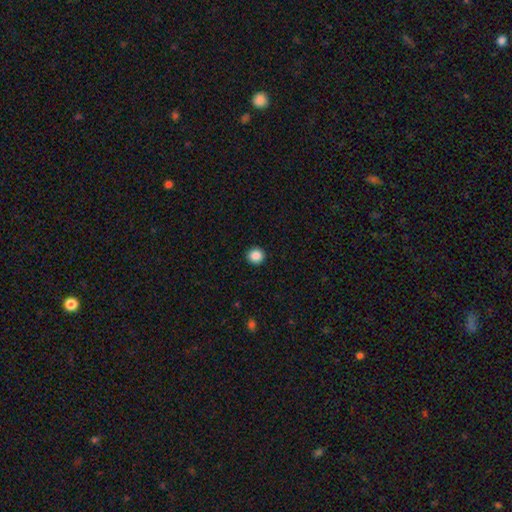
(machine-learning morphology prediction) Smooth or featured: smooth — 88% (star or artifact — 10%)
How rounded: round — 92% (in between — 7%)
Merging: none — 93% (minor disturbance — 5%)